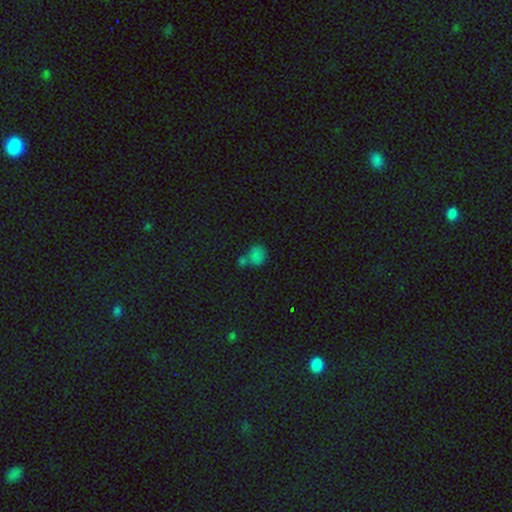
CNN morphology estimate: The model was most divided on "merging": none: 44%, merger: 37%, minor disturbance: 13%, major disturbance: 6%. More confident: smooth or featured — smooth (71%); how rounded — round (64%).